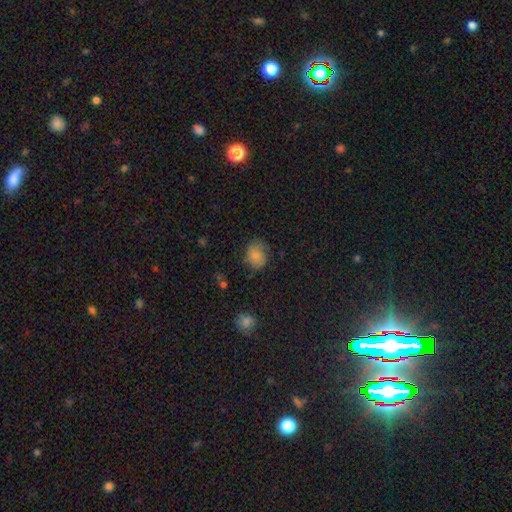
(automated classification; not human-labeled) Morphology: type=smooth (76%); roundness=round (50%); merging=none (62%).